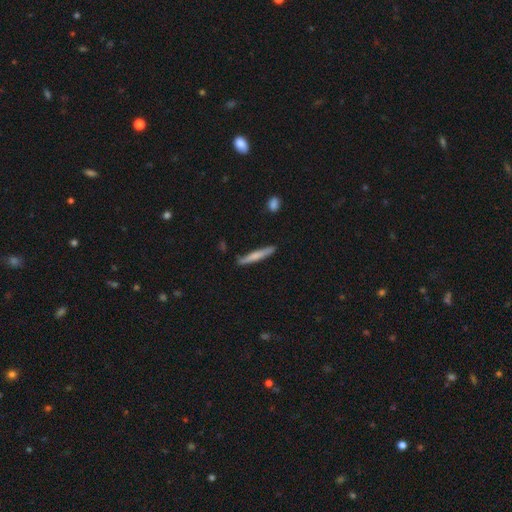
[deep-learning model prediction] Smooth or featured: smooth — 64% (featured or disk — 31%)
How rounded: cigar-shaped — 94% (in between — 4%)
Merging: none — 83% (minor disturbance — 12%)